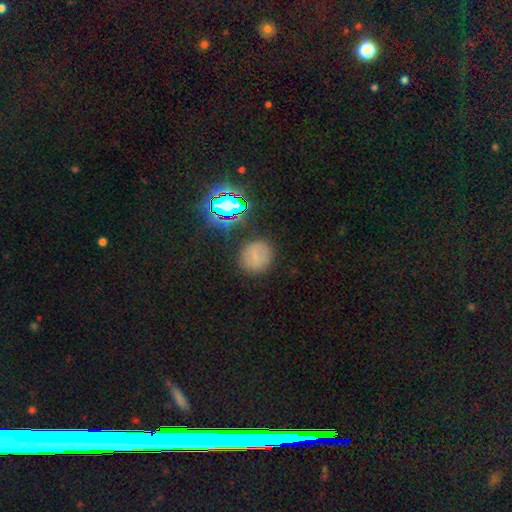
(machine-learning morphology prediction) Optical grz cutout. It shows a smooth galaxy with no disk features (66%) that is round (86%). Merging: none (85%).